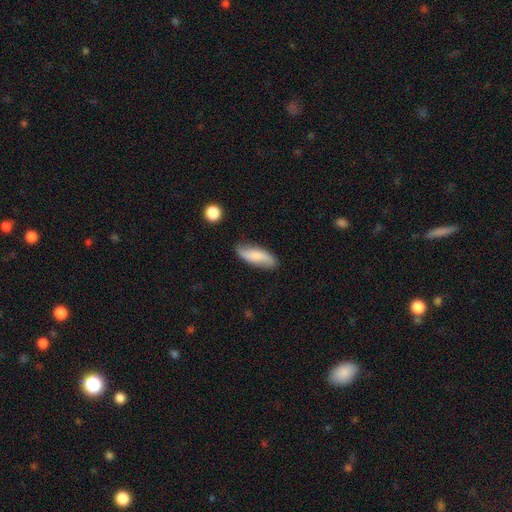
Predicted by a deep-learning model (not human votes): Morphology: type=smooth (63%); roundness=in between (59%); merging=none (77%).